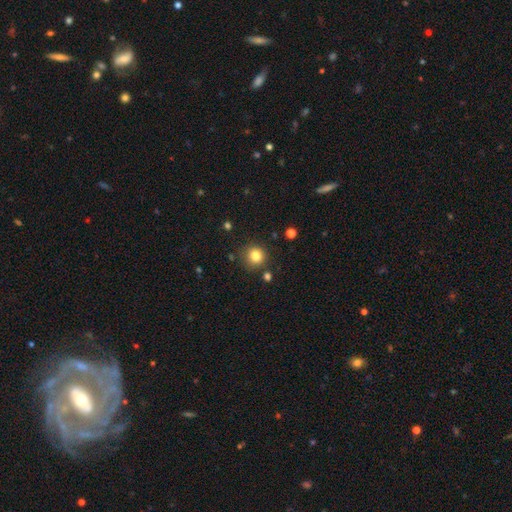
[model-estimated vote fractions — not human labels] Smooth or featured? smooth (81%)
How rounded? round (91%)
Merging? none (84%)